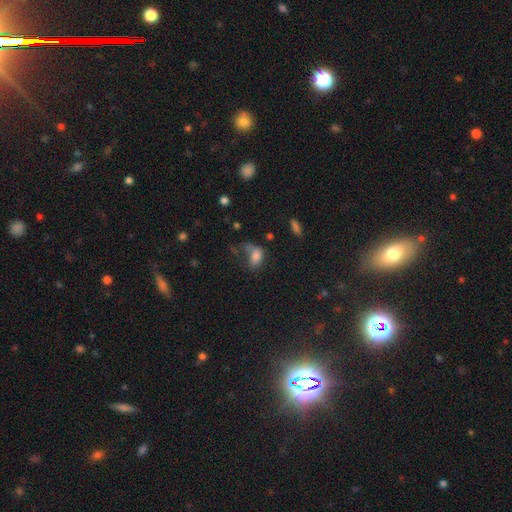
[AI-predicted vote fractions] Overall: smooth (74%). How rounded: in between (84%). Merging: major disturbance (45%; none 24%).